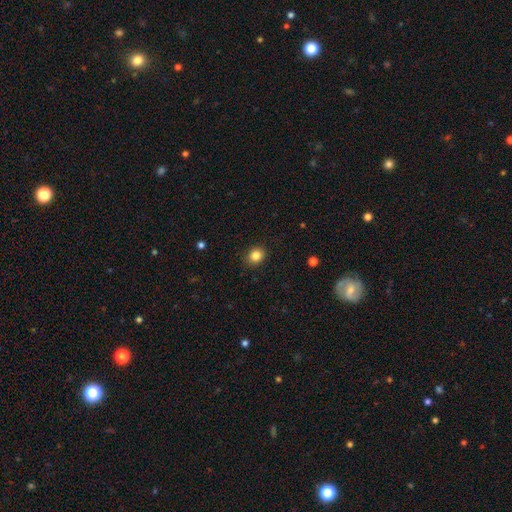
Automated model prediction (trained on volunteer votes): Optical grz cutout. It shows a smooth galaxy with no disk features (85%) that is round (67%). Merging: none (89%).